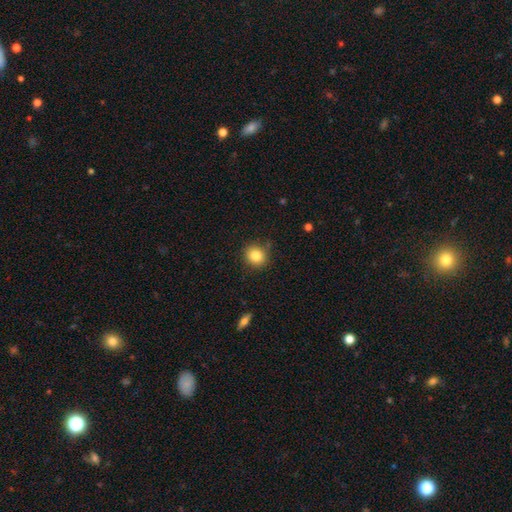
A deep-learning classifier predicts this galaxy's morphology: Q: Smooth or featured?
A: smooth (84%); runner-up: star or artifact (10%)
Q: How rounded?
A: round (84%); runner-up: in between (15%)
Q: Merging?
A: none (83%); runner-up: minor disturbance (12%)